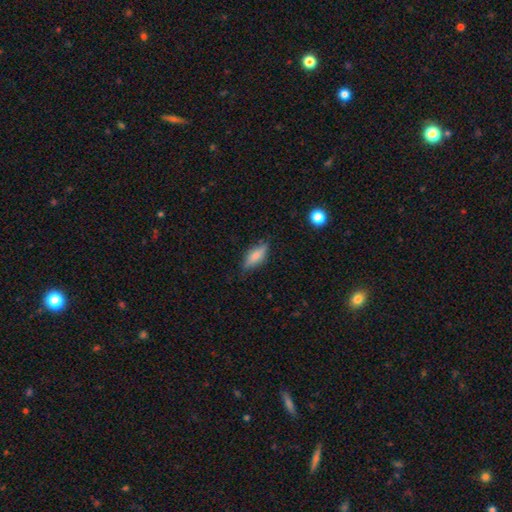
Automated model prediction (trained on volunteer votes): smooth 65%, featured or disk 27%, star or artifact 8%. Down the decision tree: how rounded — in between (60%); merging — none (77%).